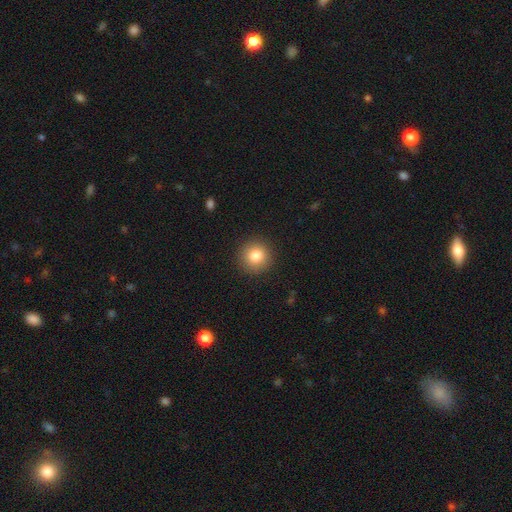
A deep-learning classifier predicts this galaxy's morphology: Overall: smooth (82%). How rounded: round (94%). Merging: none (91%).